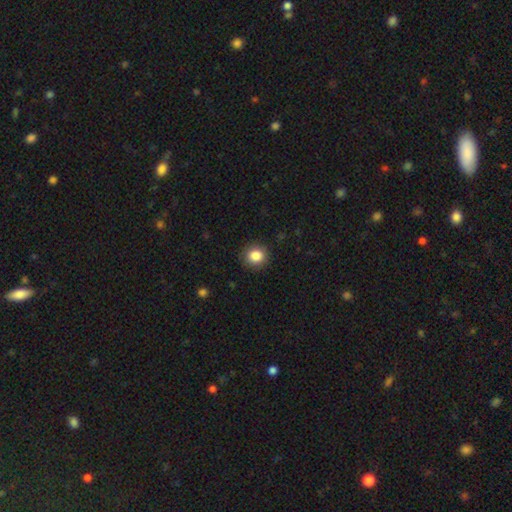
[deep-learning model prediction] Q: Smooth or featured?
A: smooth (86%); runner-up: star or artifact (10%)
Q: How rounded?
A: round (86%); runner-up: in between (14%)
Q: Merging?
A: none (90%); runner-up: minor disturbance (7%)